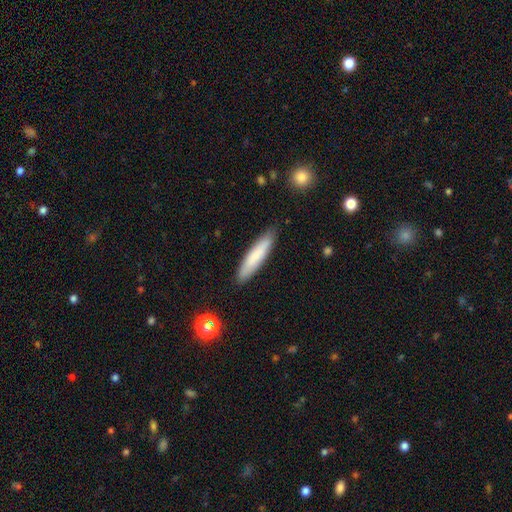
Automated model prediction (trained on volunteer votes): This appears to be a smooth galaxy with no disk features (78%) that is cigar-shaped (87%). Merging: none (86%).